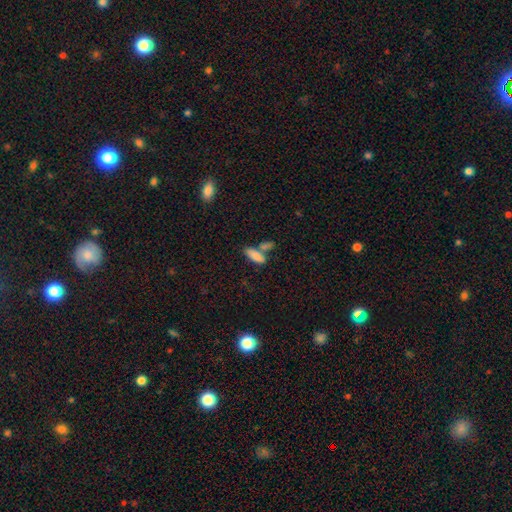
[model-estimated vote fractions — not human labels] Morphology: type=smooth (82%); roundness=in between (76%); merging=none (46%).